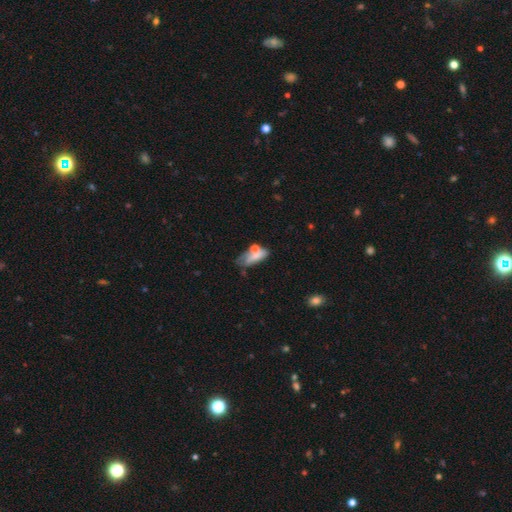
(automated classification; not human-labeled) Smooth or featured?
  - smooth: 64% *
  - featured or disk: 26%
  - star or artifact: 11%
How rounded?
  - in between: 71% *
  - cigar-shaped: 23%
  - round: 6%
Merging?
  - none: 33% *
  - minor disturbance: 25%
  - merger: 22%
  - major disturbance: 20%